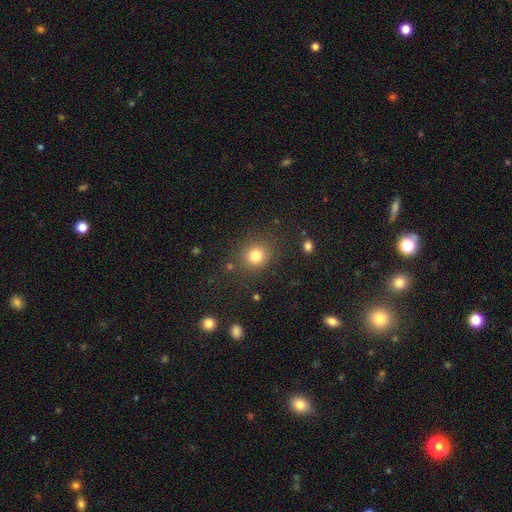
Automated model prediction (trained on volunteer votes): Smooth or featured?
  - smooth: 81% *
  - star or artifact: 13%
  - featured or disk: 6%
How rounded?
  - round: 87% *
  - in between: 12%
  - cigar-shaped: 1%
Merging?
  - none: 84% *
  - minor disturbance: 9%
  - major disturbance: 4%
  - merger: 3%